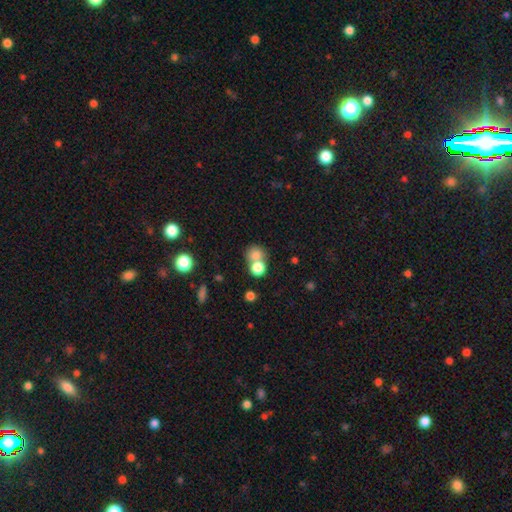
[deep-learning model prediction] The model was most divided on "merging": merger: 46%, none: 41%, minor disturbance: 8%, major disturbance: 4%. More confident: smooth or featured — smooth (77%); how rounded — round (75%).